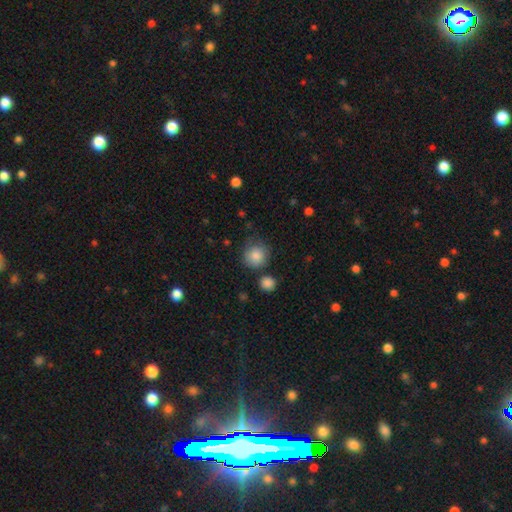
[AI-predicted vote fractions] A smooth galaxy with no disk features (86%) that is round (90%). Merging: none (72%).